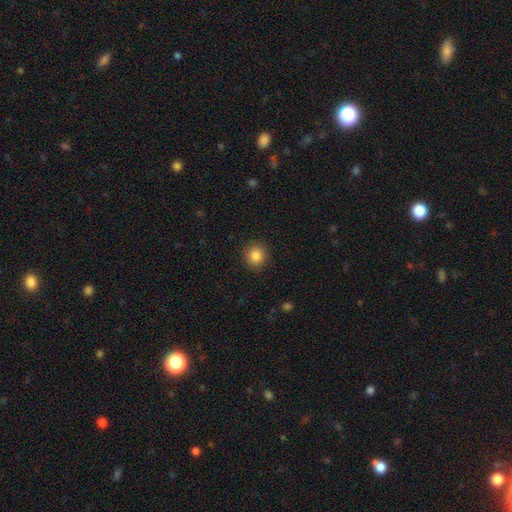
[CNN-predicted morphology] Overall: smooth (85%). How rounded: round (86%). Merging: none (90%).